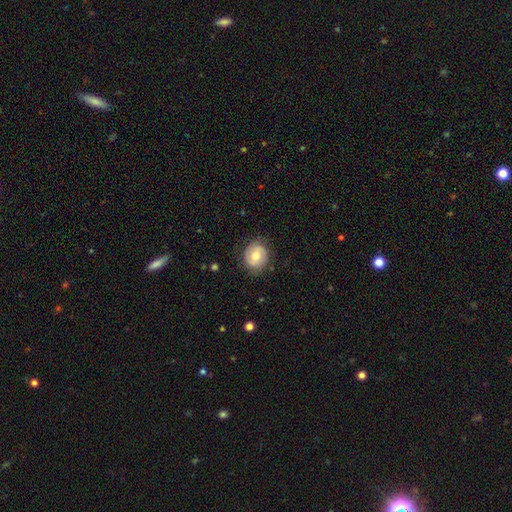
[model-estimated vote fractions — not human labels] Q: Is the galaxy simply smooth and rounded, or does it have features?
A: smooth — 59%.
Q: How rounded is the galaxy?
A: round — 72%.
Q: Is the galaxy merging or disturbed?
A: none — 81%.